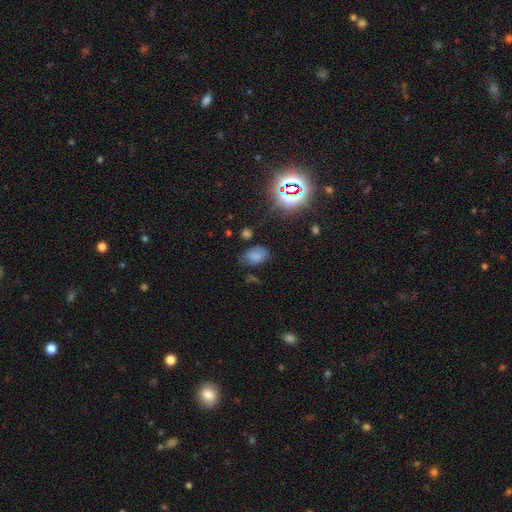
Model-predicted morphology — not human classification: smooth 70%, star or artifact 20%, featured or disk 11%. Down the decision tree: how rounded — in between (86%); merging — none (68%).